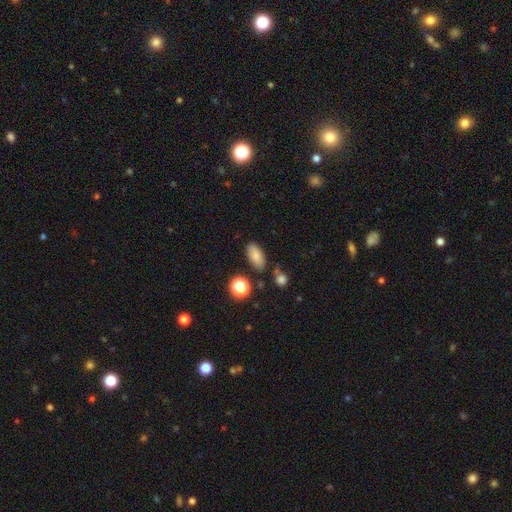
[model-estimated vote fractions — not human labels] Smooth or featured?
  - smooth: 81% *
  - star or artifact: 11%
  - featured or disk: 8%
How rounded?
  - in between: 89% *
  - round: 6%
  - cigar-shaped: 5%
Merging?
  - none: 76% *
  - minor disturbance: 14%
  - merger: 6%
  - major disturbance: 4%